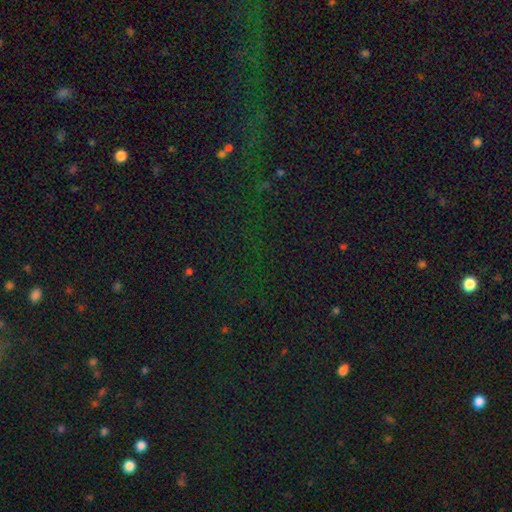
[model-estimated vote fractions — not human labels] Overall: star or artifact (79%).